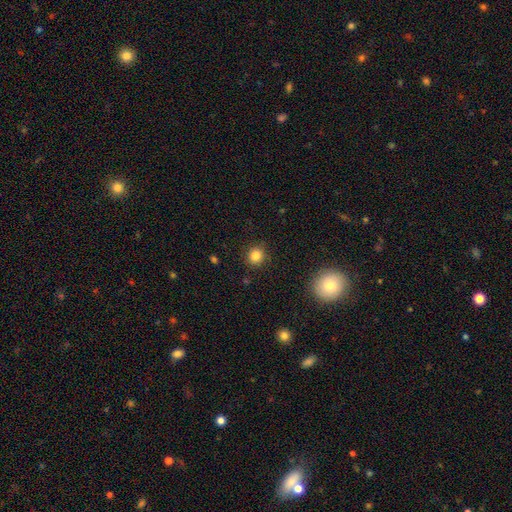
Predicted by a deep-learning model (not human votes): A smooth galaxy with no disk features (84%) that is round (87%).

Vote fractions:
- Smooth or featured? smooth: 84% / star or artifact: 11% / featured or disk: 5%
- How rounded? round: 87% / in between: 12% / cigar-shaped: 1%
- Merging? none: 88% / minor disturbance: 8% / major disturbance: 2% / merger: 1%